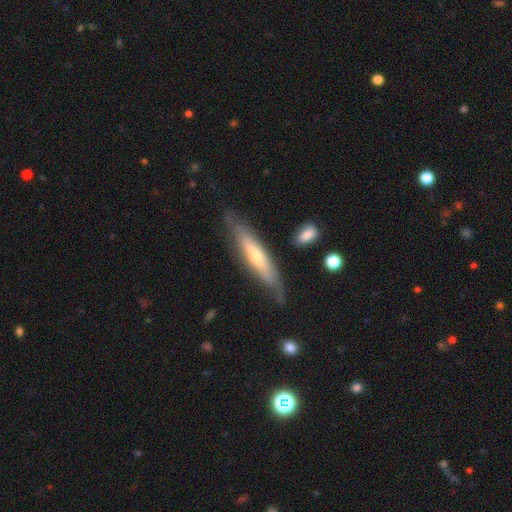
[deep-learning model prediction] A featured or disk galaxy (57%) viewed edge-on (71%).

Vote fractions:
- Smooth or featured? featured or disk: 57% / smooth: 38% / star or artifact: 6%
- Edge-on disk? yes: 71% / no: 29%
- Merging? none: 70% / minor disturbance: 21% / major disturbance: 6% / merger: 3%